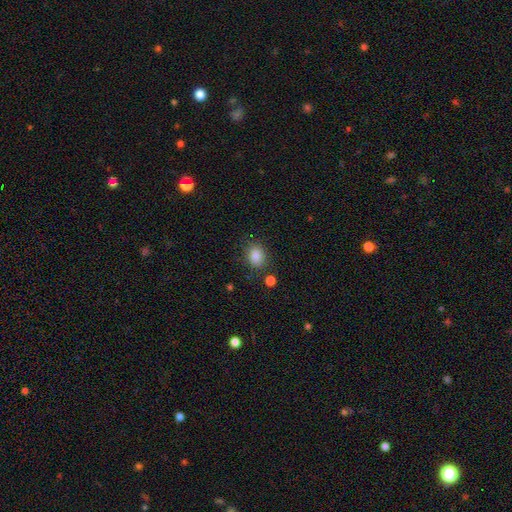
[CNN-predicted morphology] Smooth or featured?
  - smooth: 86% *
  - star or artifact: 10%
  - featured or disk: 5%
How rounded?
  - in between: 54% *
  - round: 45%
  - cigar-shaped: 1%
Merging?
  - none: 79% *
  - minor disturbance: 13%
  - major disturbance: 4%
  - merger: 4%